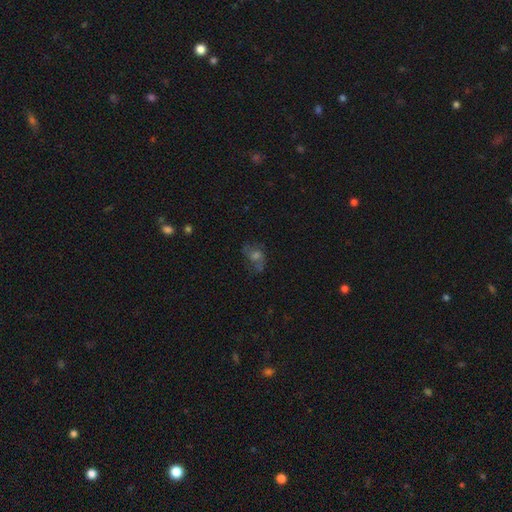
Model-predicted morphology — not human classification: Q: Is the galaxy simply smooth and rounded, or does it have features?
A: featured or disk — 41%.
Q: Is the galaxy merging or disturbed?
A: none — 57%.